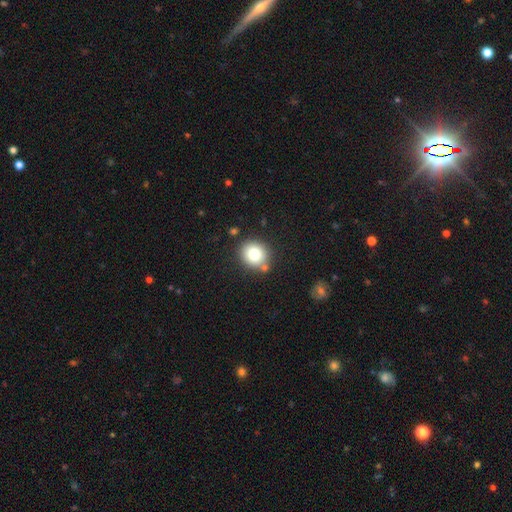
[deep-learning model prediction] Morphology: type=smooth (78%); roundness=round (82%); merging=none (79%).